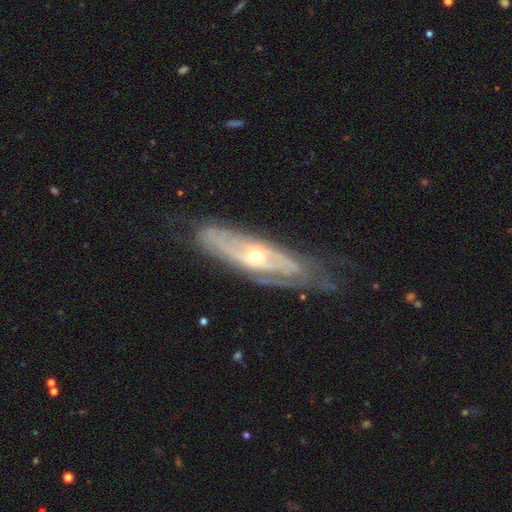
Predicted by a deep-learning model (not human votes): Smooth or featured? featured or disk (83%)
Edge-on disk? no (78%)
Bar? no (70%)
Spiral arms? yes (86%)
Spiral winding? tight (64%)
Spiral arm count? can't tell (48%)
Bulge size? small (50%)
Merging? none (66%)